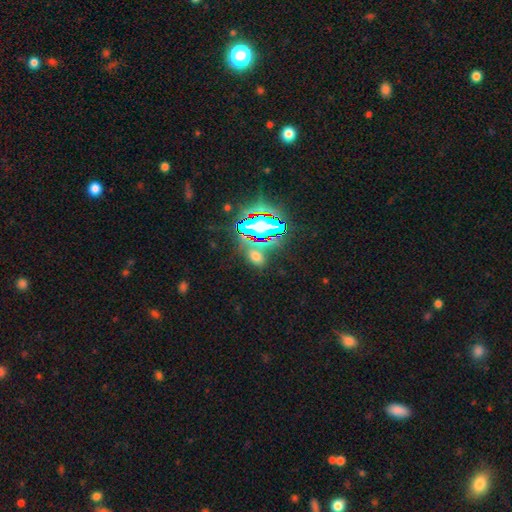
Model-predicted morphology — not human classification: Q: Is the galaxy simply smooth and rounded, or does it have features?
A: star or artifact — 47%.